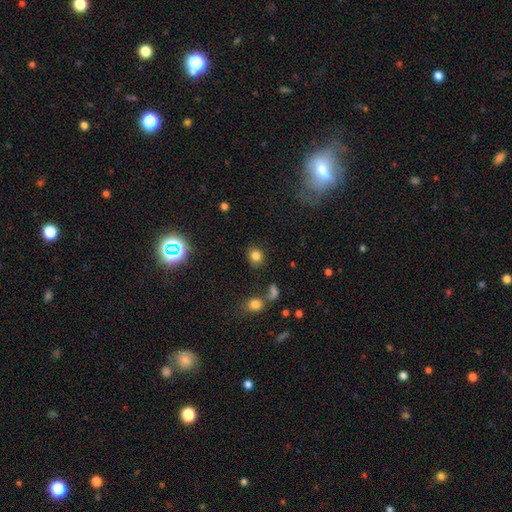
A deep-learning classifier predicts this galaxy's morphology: Smooth or featured? Predicted: smooth (p=0.80). How rounded? Predicted: round (p=0.70). Merging? Predicted: none (p=0.81).